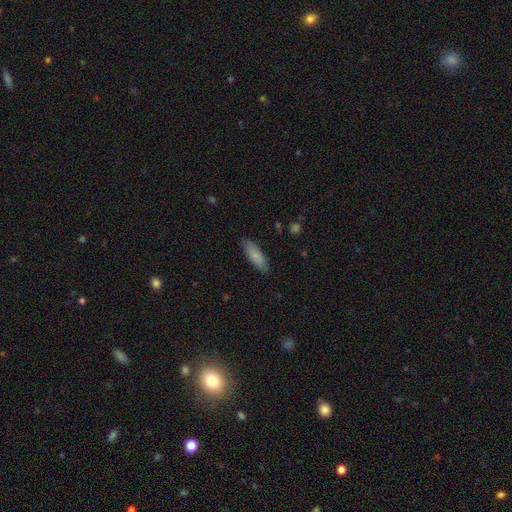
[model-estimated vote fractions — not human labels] smooth-or-featured: smooth: 85% | featured or disk: 10% | star or artifact: 6%
  how-rounded: in between: 51% | cigar-shaped: 48% | round: 1%
  merging: none: 86% | minor disturbance: 11% | major disturbance: 2% | merger: 1%